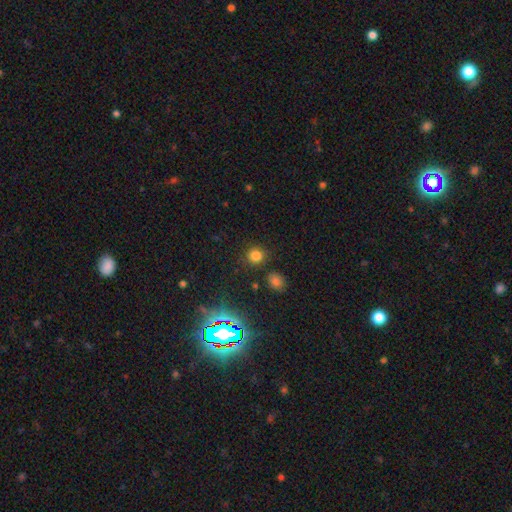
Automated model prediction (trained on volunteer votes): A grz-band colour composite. It shows a smooth galaxy with no disk features (74%) that is round (88%). Merging: none (83%).